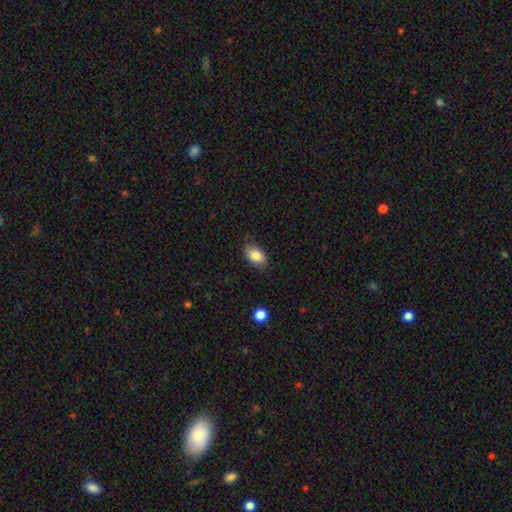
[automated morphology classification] Smooth or featured?
  - smooth: 84% *
  - featured or disk: 8%
  - star or artifact: 8%
How rounded?
  - in between: 90% *
  - round: 9%
  - cigar-shaped: 1%
Merging?
  - none: 81% *
  - minor disturbance: 15%
  - major disturbance: 3%
  - merger: 1%